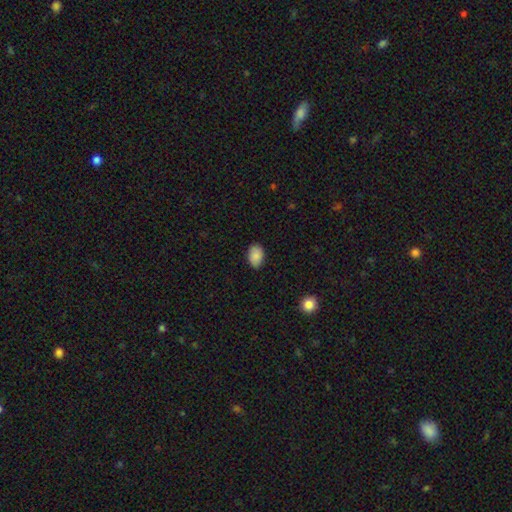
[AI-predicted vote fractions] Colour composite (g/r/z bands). It shows a smooth galaxy with no disk features (88%) that is in between round and cigar-shaped (87%). Merging: none (85%).